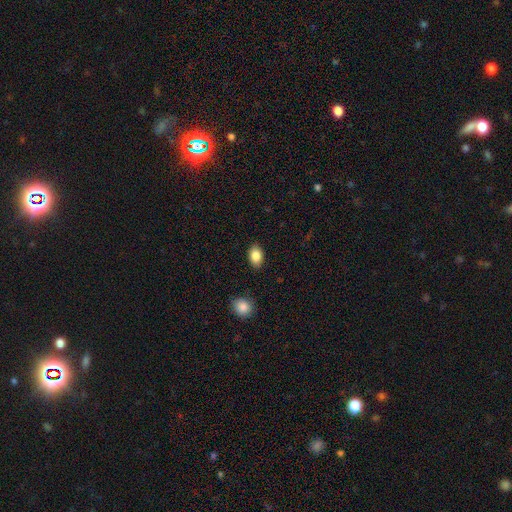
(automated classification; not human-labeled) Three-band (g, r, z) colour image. It shows a smooth galaxy with no disk features (85%) that is in between round and cigar-shaped (86%). Merging: none (88%).